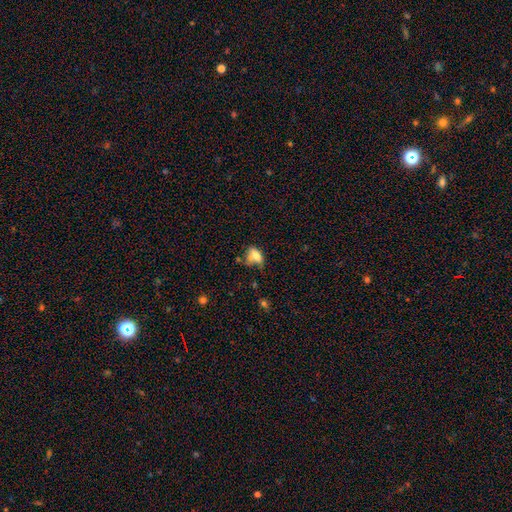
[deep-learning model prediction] Smooth or featured: smooth — 65% (featured or disk — 21%)
How rounded: in between — 73% (round — 18%)
Merging: none — 39% (minor disturbance — 25%)